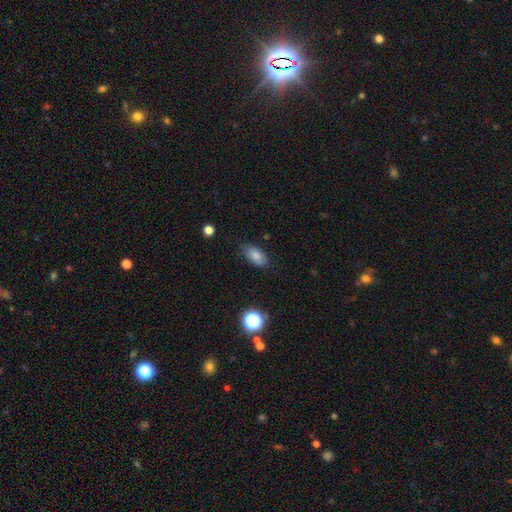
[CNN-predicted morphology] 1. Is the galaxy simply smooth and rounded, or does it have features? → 81% smooth, 10% star or artifact, 10% featured or disk.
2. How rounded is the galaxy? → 90% in between, 6% round, 4% cigar-shaped.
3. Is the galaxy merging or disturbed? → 79% none, 17% minor disturbance, 3% major disturbance, 1% merger.